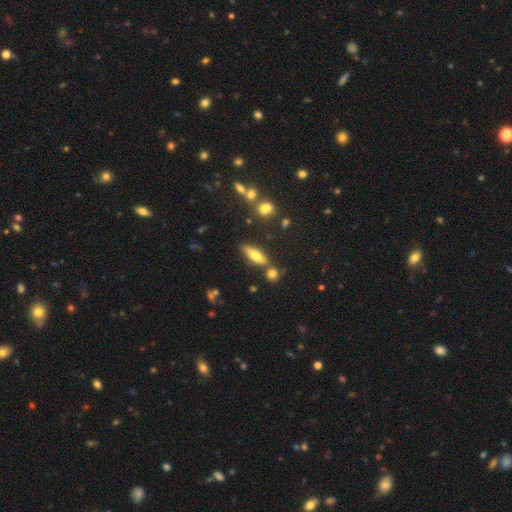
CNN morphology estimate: This appears to be a smooth galaxy with no disk features (58%) that is cigar-shaped (54%). Merging: none (72%).